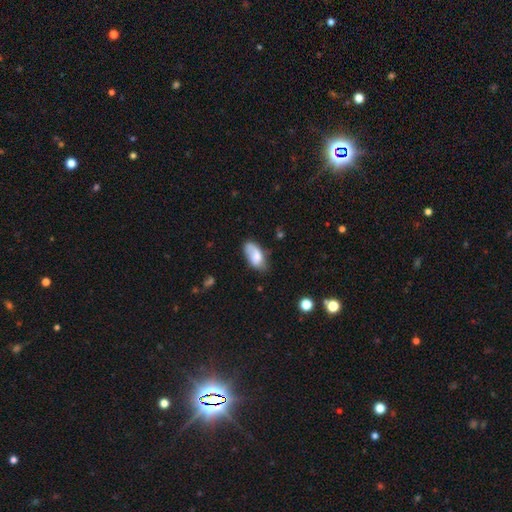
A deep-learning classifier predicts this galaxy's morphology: This appears to be a smooth galaxy with no disk features (75%) that is in between round and cigar-shaped (92%). Merging: none (55%).